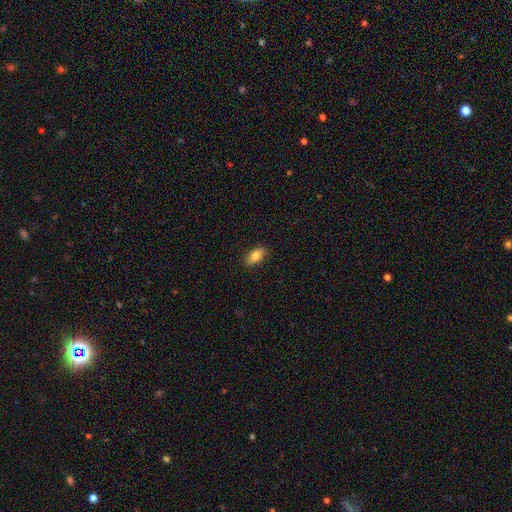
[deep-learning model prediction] This appears to be a smooth galaxy with no disk features (83%) that is in between round and cigar-shaped (89%). Merging: none (87%).